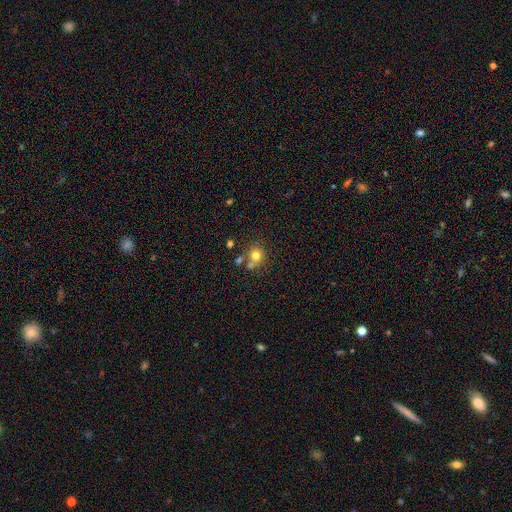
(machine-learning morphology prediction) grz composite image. It shows a smooth galaxy with no disk features (75%) that is round (84%). Merging: none (57%).